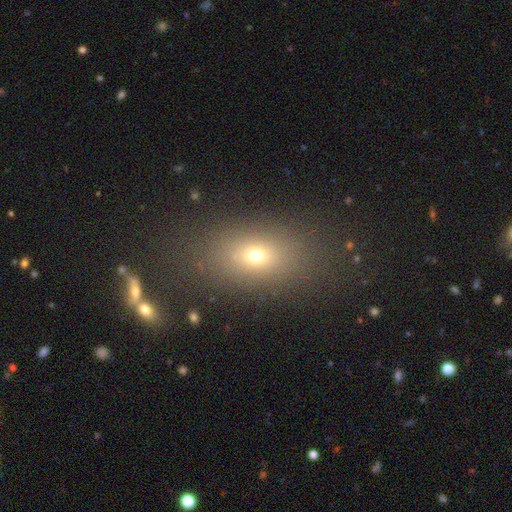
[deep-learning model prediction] smooth-or-featured: smooth: 67% | star or artifact: 18% | featured or disk: 15%
  how-rounded: in between: 77% | round: 19% | cigar-shaped: 4%
  merging: none: 80% | minor disturbance: 11% | major disturbance: 6% | merger: 3%